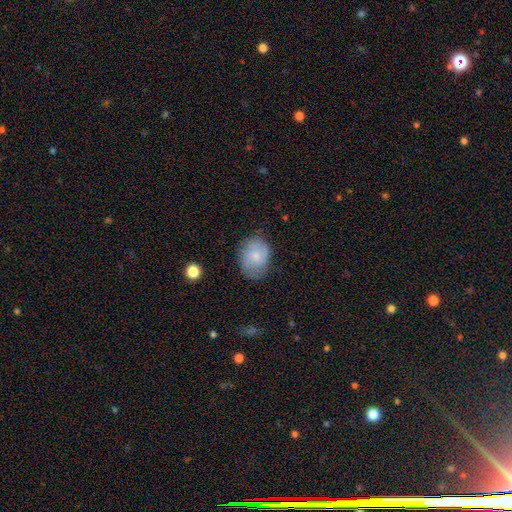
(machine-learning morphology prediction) This appears to be a smooth galaxy with no disk features (64%) that is in between round and cigar-shaped (52%). Merging: none (70%).